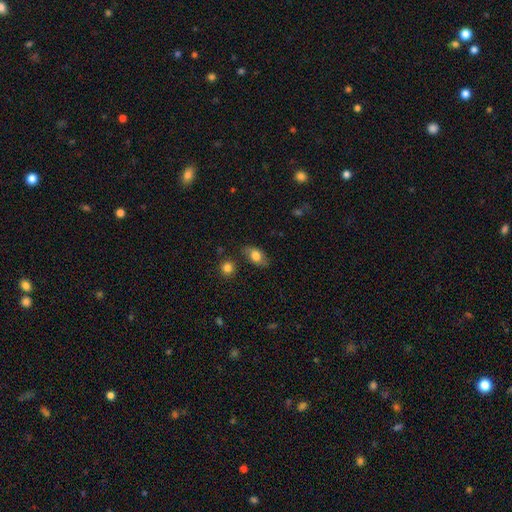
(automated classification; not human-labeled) Morphology: type=smooth (75%); roundness=in between (86%); merging=none (77%).